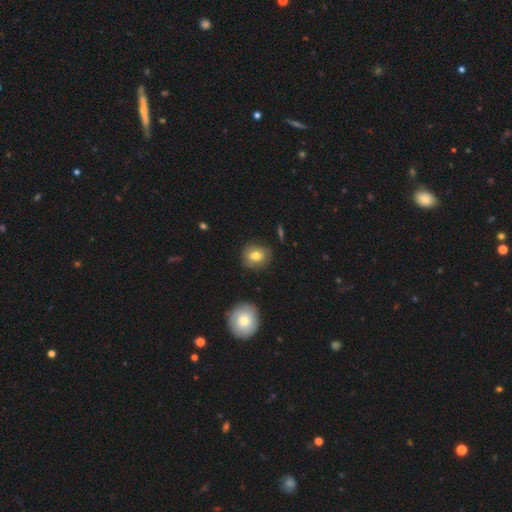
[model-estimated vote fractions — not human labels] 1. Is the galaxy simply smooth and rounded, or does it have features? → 75% smooth, 16% featured or disk, 9% star or artifact.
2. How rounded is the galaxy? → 72% round, 27% in between, 1% cigar-shaped.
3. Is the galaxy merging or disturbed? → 79% none, 16% minor disturbance, 3% major disturbance, 2% merger.